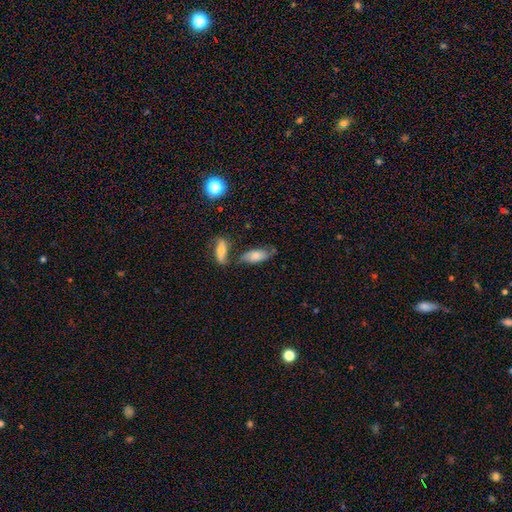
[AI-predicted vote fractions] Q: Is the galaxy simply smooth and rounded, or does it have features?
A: smooth — 68%.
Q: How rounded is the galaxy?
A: in between — 83%.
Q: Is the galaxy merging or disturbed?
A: none — 54%.